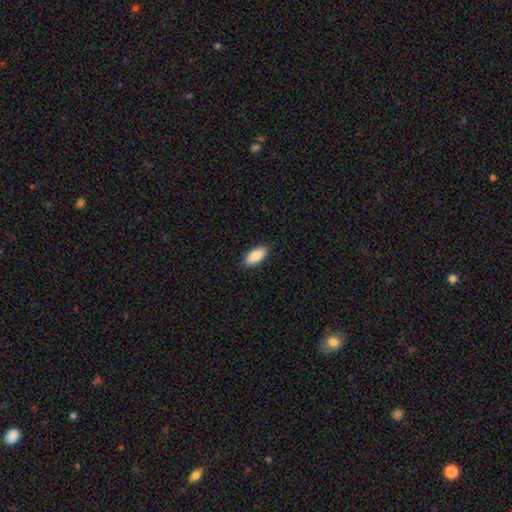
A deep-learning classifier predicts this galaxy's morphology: The model was most divided on "how rounded": in between: 85%, cigar-shaped: 13%, round: 2%. More confident: merging — none (88%); smooth or featured — smooth (86%).